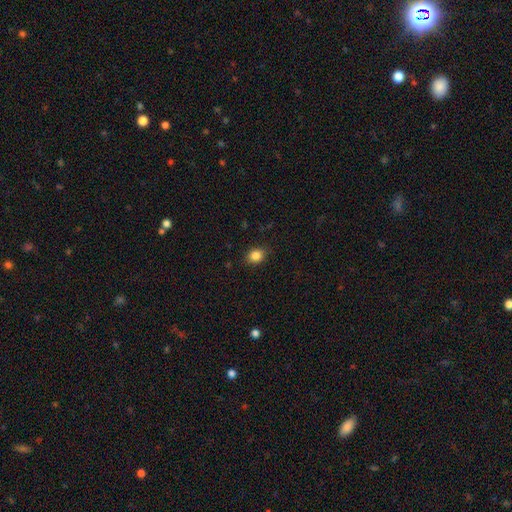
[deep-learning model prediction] Smooth or featured?
  - smooth: 85% *
  - star or artifact: 10%
  - featured or disk: 5%
How rounded?
  - in between: 50% *
  - round: 49%
  - cigar-shaped: 1%
Merging?
  - none: 85% *
  - minor disturbance: 11%
  - major disturbance: 2%
  - merger: 1%